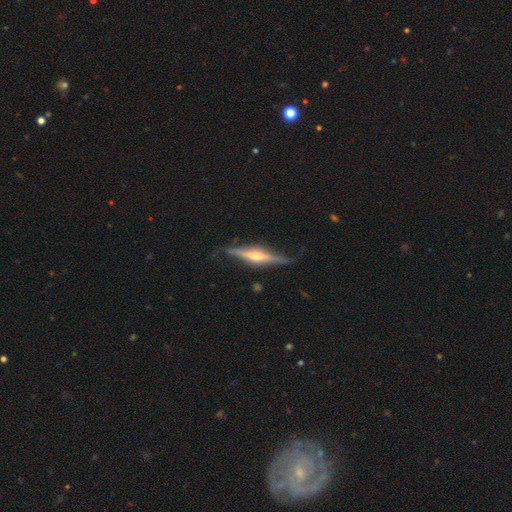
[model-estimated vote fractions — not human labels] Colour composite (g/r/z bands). It shows a featured or disk galaxy (79%) viewed edge-on (95%) with a rounded central bulge (83%). Merging: none (76%).